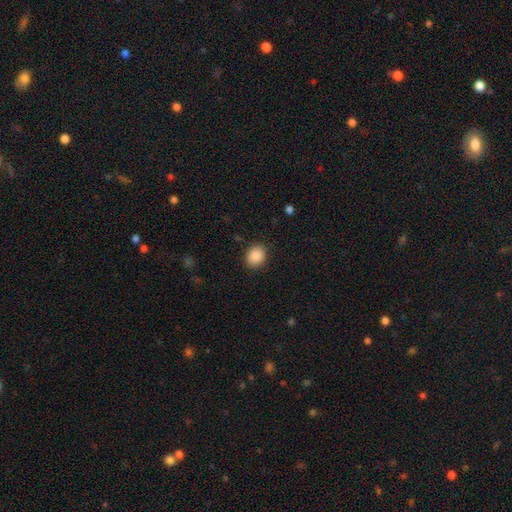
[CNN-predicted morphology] The model was most divided on "how rounded": round: 62%, in between: 37%, cigar-shaped: 1%. More confident: smooth or featured — smooth (89%); merging — none (88%).